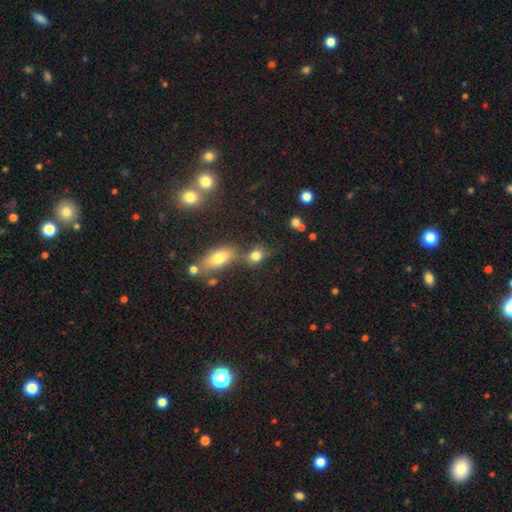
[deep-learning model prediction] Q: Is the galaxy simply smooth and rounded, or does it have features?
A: smooth — 78%.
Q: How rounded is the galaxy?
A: round — 50%.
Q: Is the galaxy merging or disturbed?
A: none — 55%.